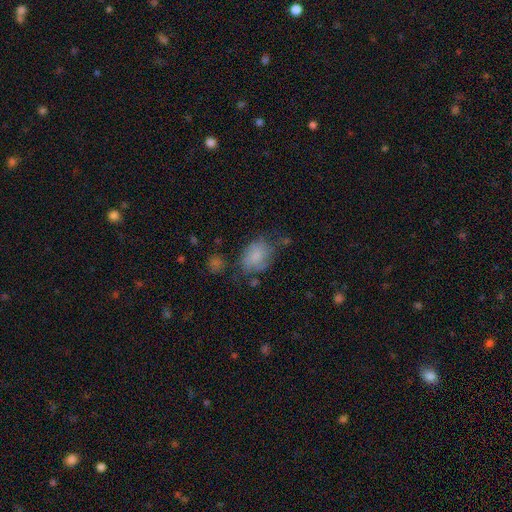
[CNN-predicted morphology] smooth 73%, featured or disk 17%, star or artifact 9%. Down the decision tree: how rounded — in between (70%); merging — none (44%).